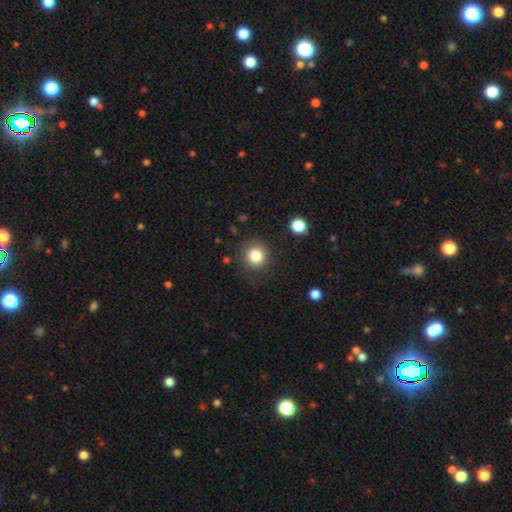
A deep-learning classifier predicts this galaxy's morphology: type=smooth (83%); roundness=round (91%); merging=none (83%).